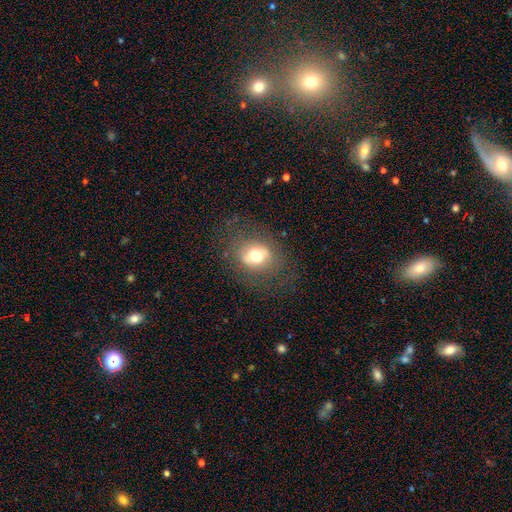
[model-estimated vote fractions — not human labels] smooth-or-featured: smooth: 57% | featured or disk: 31% | star or artifact: 11%
  how-rounded: round: 51% | in between: 47% | cigar-shaped: 2%
  merging: none: 75% | minor disturbance: 14% | major disturbance: 9% | merger: 1%